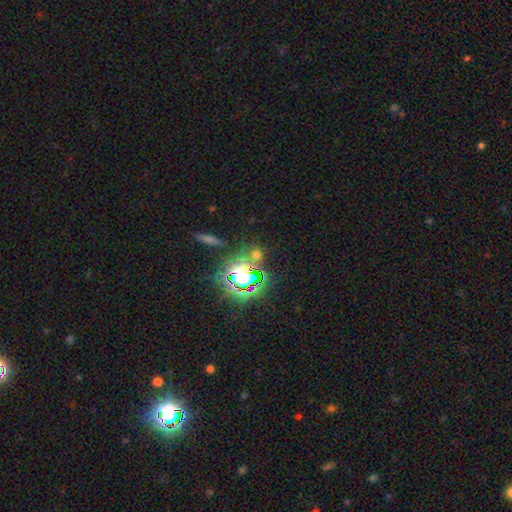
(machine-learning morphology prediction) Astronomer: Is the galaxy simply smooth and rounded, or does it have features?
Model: star or artifact — 62%.